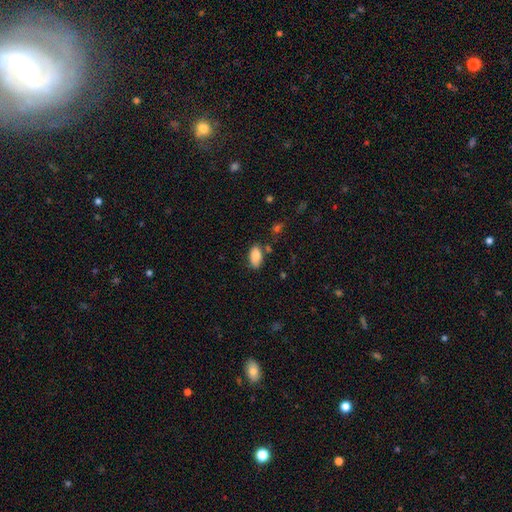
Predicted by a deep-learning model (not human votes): Overall: smooth (86%). How rounded: in between (93%). Merging: none (75%).